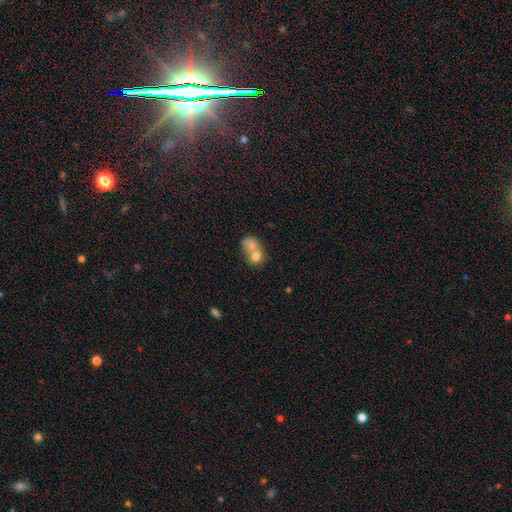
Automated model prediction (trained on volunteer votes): This is likely a smooth galaxy (72%). How rounded: possibly round (58%). Merging: likely merger (73%).